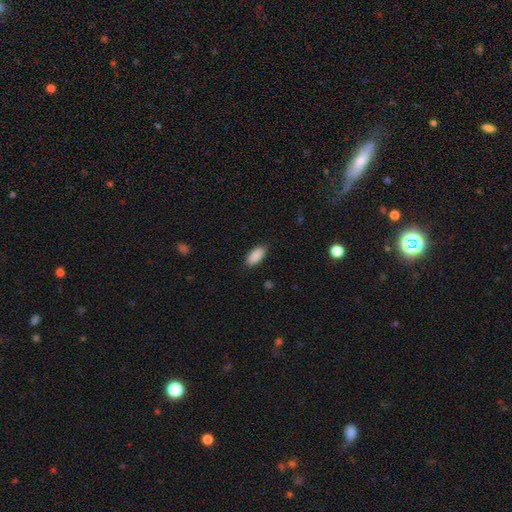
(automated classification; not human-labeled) Smooth or featured? smooth (90%)
How rounded? in between (90%)
Merging? none (87%)